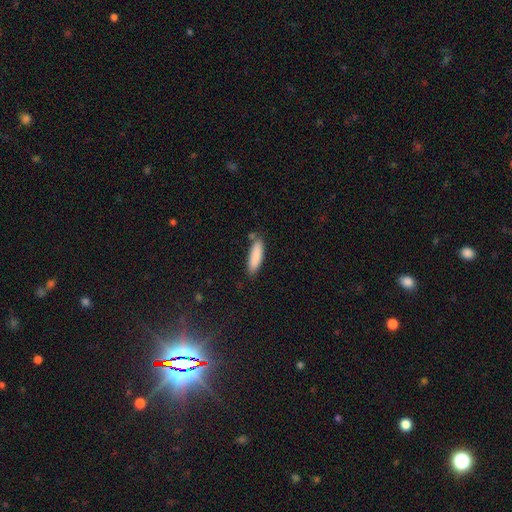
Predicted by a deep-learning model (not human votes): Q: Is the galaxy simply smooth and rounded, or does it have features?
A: smooth — 87%.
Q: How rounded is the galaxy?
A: cigar-shaped — 58%.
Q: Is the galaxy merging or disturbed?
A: none — 72%.